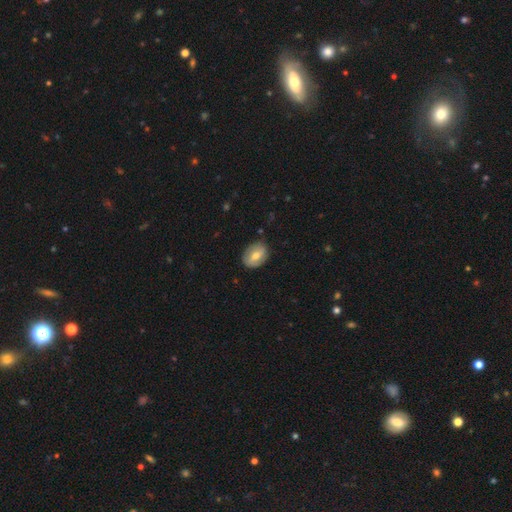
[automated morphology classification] A smooth galaxy with no disk features (56%) that is in between round and cigar-shaped (70%).

Vote fractions:
- Smooth or featured? smooth: 56% / featured or disk: 37% / star or artifact: 7%
- How rounded? in between: 70% / round: 28% / cigar-shaped: 1%
- Merging? none: 80% / minor disturbance: 15% / major disturbance: 3% / merger: 1%